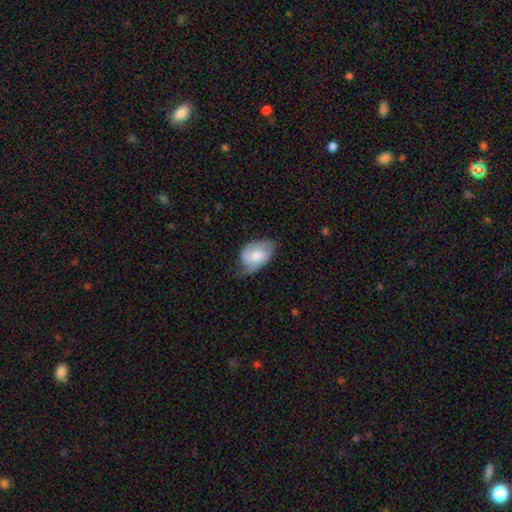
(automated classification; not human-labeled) A smooth galaxy with no disk features (51%) that is in between round and cigar-shaped (85%).

Vote fractions:
- Smooth or featured? smooth: 51% / featured or disk: 43% / star or artifact: 6%
- How rounded? in between: 85% / round: 14% / cigar-shaped: 2%
- Merging? none: 47% / minor disturbance: 38% / major disturbance: 14% / merger: 1%